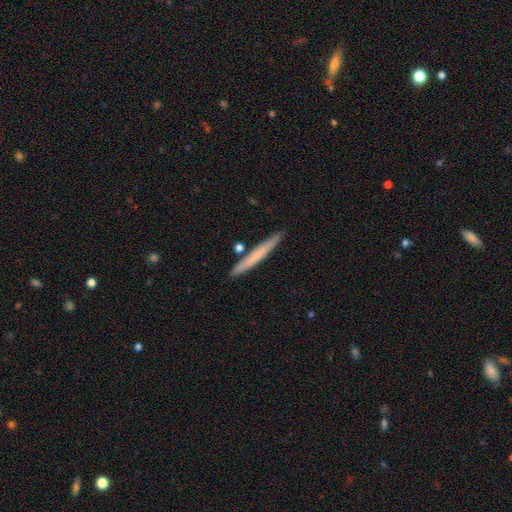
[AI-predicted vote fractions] Smooth or featured: smooth — 63% (featured or disk — 32%)
How rounded: cigar-shaped — 97% (in between — 2%)
Merging: none — 86% (minor disturbance — 9%)